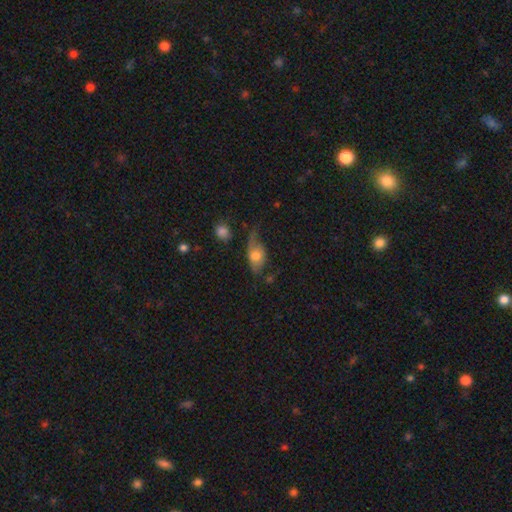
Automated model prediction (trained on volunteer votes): A smooth galaxy with no disk features (61%) that is in between round and cigar-shaped (82%). Merging: none (35%).